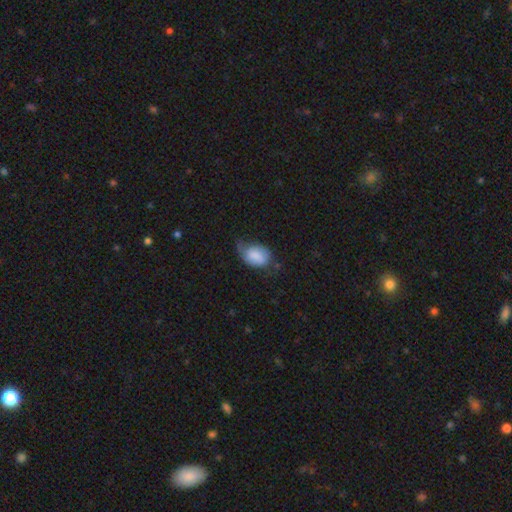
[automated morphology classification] This is likely a smooth galaxy (73%). How rounded: likely in between (79%). Merging: marginally minor disturbance (42%).